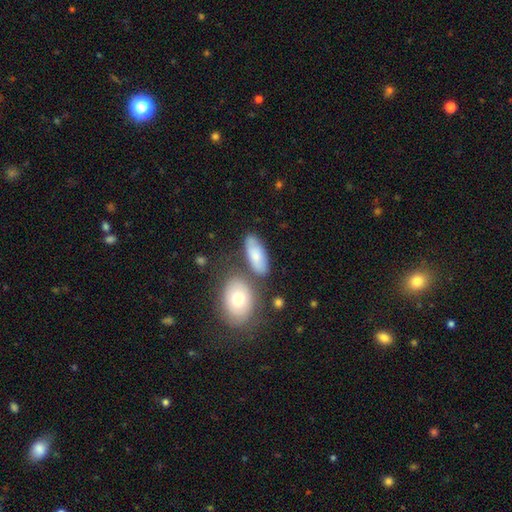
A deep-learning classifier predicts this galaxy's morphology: smooth_or_featured: smooth (p=0.67) [alt: featured or disk p=0.26]
how_rounded: in between (p=0.86) [alt: cigar-shaped p=0.10]
merging: none (p=0.60) [alt: minor disturbance p=0.18]